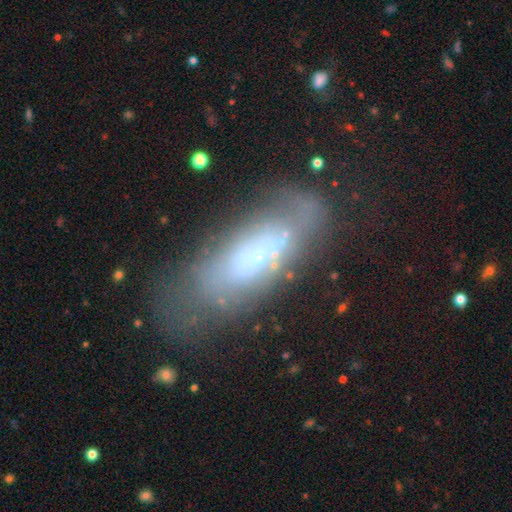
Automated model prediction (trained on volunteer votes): Smooth or featured?
  - featured or disk: 48% *
  - smooth: 39%
  - star or artifact: 12%
Merging?
  - none: 49% *
  - minor disturbance: 22%
  - major disturbance: 20%
  - merger: 8%